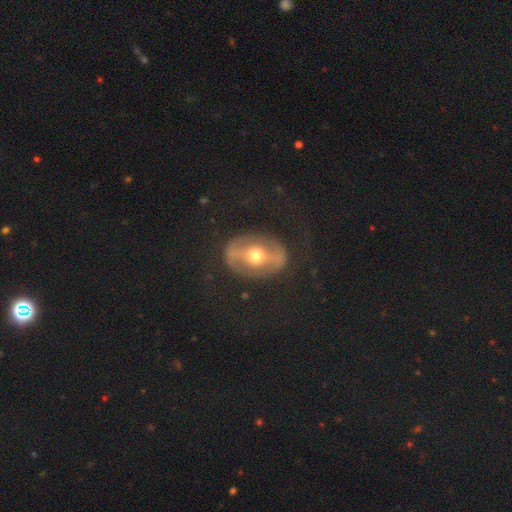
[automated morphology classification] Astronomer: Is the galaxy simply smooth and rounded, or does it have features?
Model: featured or disk — 73%.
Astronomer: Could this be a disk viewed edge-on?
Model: no — 90%.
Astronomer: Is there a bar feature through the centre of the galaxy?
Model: strong — 59%.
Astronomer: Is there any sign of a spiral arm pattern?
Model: no — 56% (runner-up: yes, 44%).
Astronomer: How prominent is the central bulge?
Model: moderate — 76%.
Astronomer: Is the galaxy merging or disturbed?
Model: none — 78%.